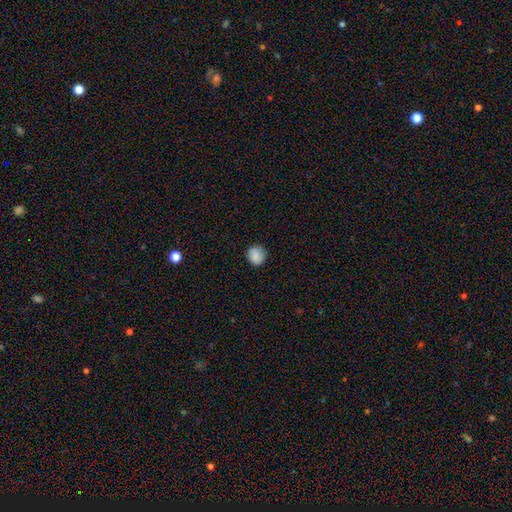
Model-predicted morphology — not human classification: smooth_or_featured: smooth (p=0.85) [alt: star or artifact p=0.09]
how_rounded: round (p=0.87) [alt: in between p=0.12]
merging: none (p=0.85) [alt: minor disturbance p=0.11]